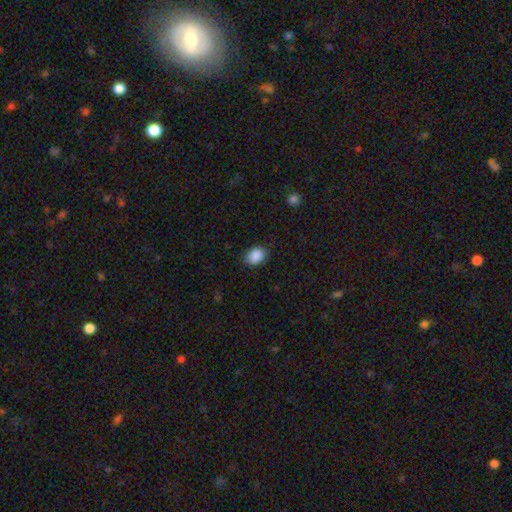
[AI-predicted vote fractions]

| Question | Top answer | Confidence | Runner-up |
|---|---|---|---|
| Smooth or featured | smooth | 89% | star or artifact (8%) |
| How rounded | in between | 66% | round (33%) |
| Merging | none | 86% | minor disturbance (10%) |